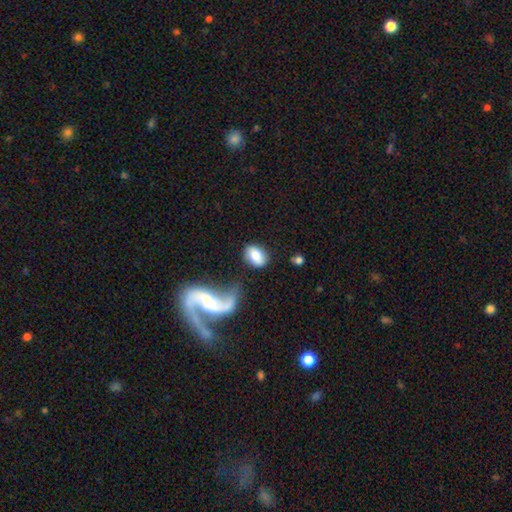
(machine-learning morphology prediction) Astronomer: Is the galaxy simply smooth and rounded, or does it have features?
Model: smooth — 74%.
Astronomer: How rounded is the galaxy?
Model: in between — 81%.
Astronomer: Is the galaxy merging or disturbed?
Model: none — 72%.